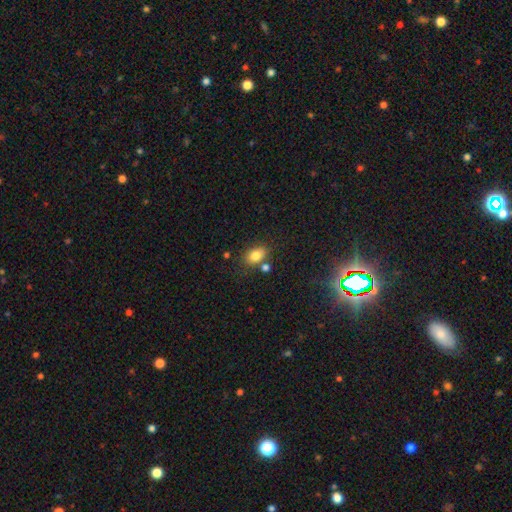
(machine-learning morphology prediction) The model was most divided on "merging": none: 70%, minor disturbance: 13%, merger: 13%, major disturbance: 4%. More confident: smooth or featured — smooth (82%); how rounded — in between (81%).